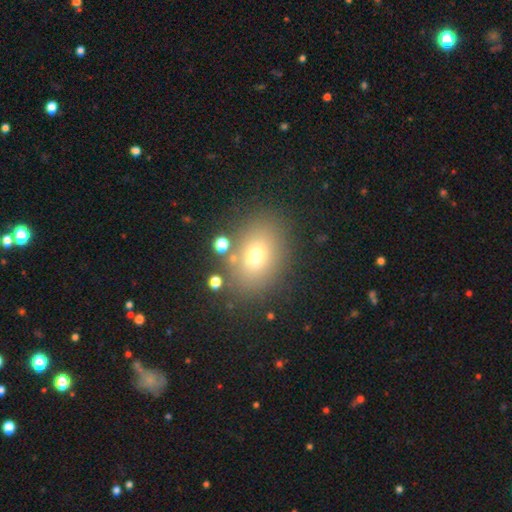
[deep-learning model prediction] smooth_or_featured: smooth (p=0.70) [alt: star or artifact p=0.16]
how_rounded: in between (p=0.63) [alt: round p=0.36]
merging: none (p=0.79) [alt: minor disturbance p=0.10]